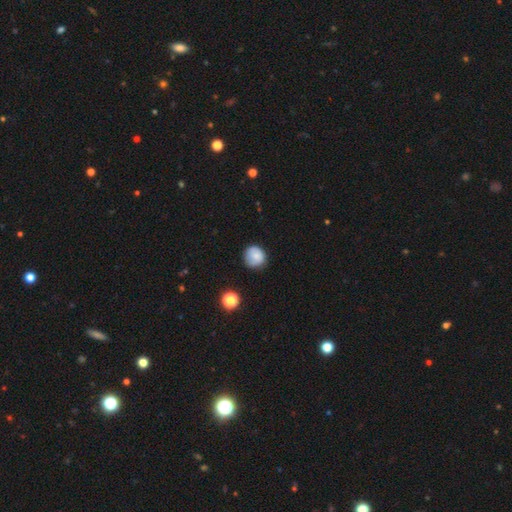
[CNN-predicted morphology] smooth_or_featured: smooth (p=0.81) [alt: featured or disk p=0.10]
how_rounded: round (p=0.88) [alt: in between p=0.11]
merging: none (p=0.77) [alt: minor disturbance p=0.17]